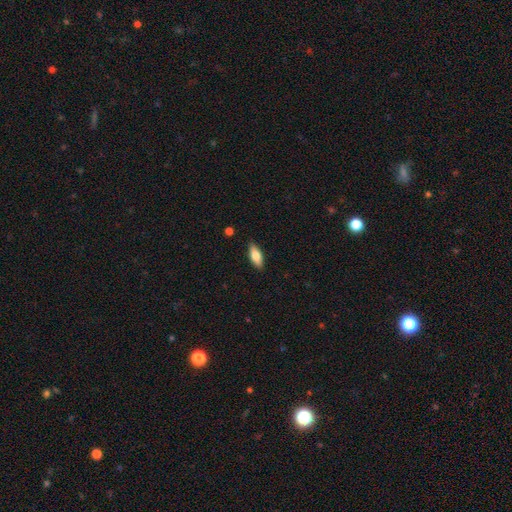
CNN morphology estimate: smooth_or_featured: smooth (p=0.75) [alt: featured or disk p=0.19]
how_rounded: in between (p=0.76) [alt: cigar-shaped p=0.22]
merging: none (p=0.87) [alt: minor disturbance p=0.10]